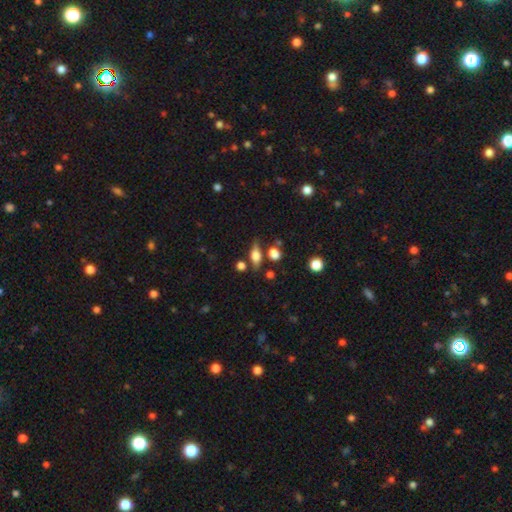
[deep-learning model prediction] A smooth galaxy with no disk features (54%) that is in between round and cigar-shaped (66%). Merging: none (74%).